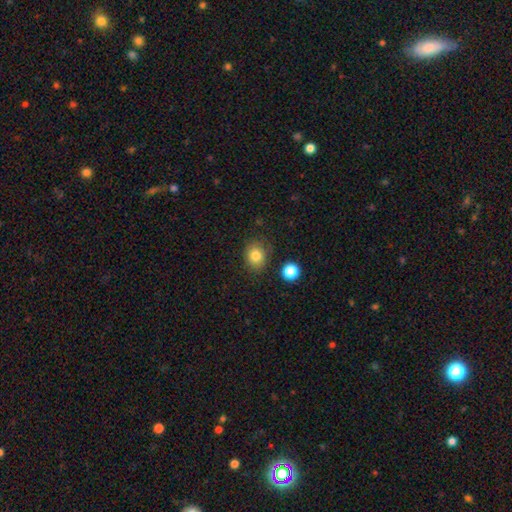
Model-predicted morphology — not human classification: This appears to be a smooth galaxy with no disk features (81%) that is round (59%). Merging: none (81%).